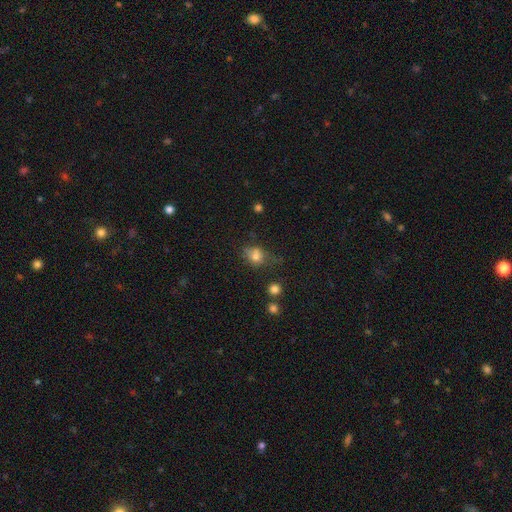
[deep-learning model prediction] Smooth or featured?
  - smooth: 71% *
  - star or artifact: 15%
  - featured or disk: 14%
How rounded?
  - in between: 50% *
  - round: 48%
  - cigar-shaped: 2%
Merging?
  - none: 46% *
  - minor disturbance: 27%
  - major disturbance: 14%
  - merger: 13%